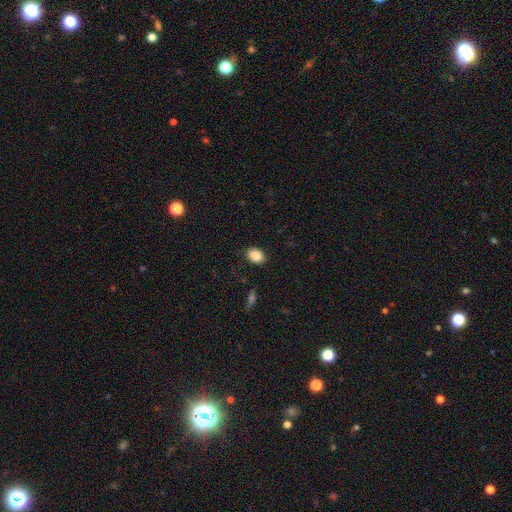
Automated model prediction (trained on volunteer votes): Smooth or featured?
  - smooth: 88% *
  - star or artifact: 8%
  - featured or disk: 3%
How rounded?
  - in between: 65% *
  - round: 33%
  - cigar-shaped: 1%
Merging?
  - none: 87% *
  - minor disturbance: 9%
  - major disturbance: 3%
  - merger: 1%